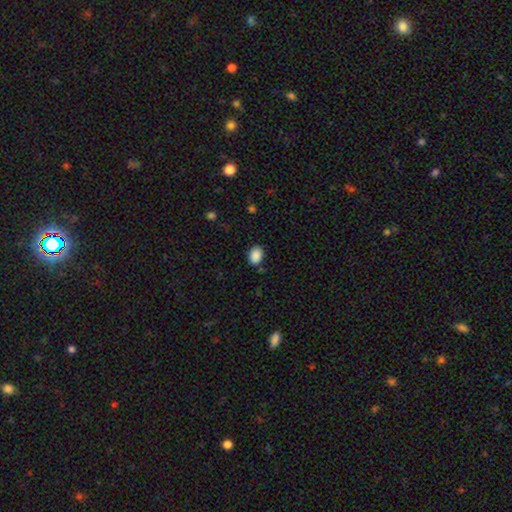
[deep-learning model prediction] Smooth or featured? Predicted: smooth (p=0.89). How rounded? Predicted: in between (p=0.73). Merging? Predicted: none (p=0.83).